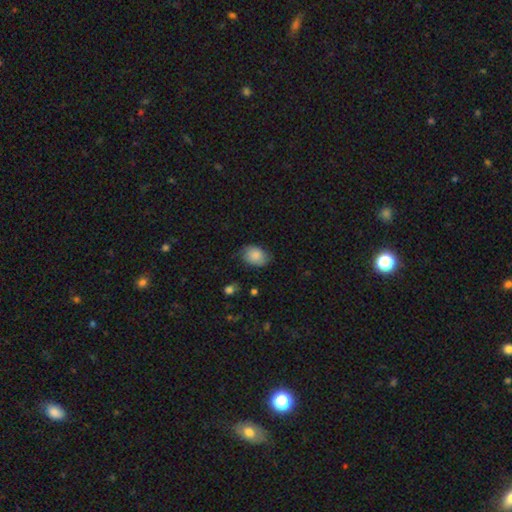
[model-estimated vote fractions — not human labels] This is likely a smooth galaxy (78%). How rounded: likely in between (75%). Merging: likely none (68%).